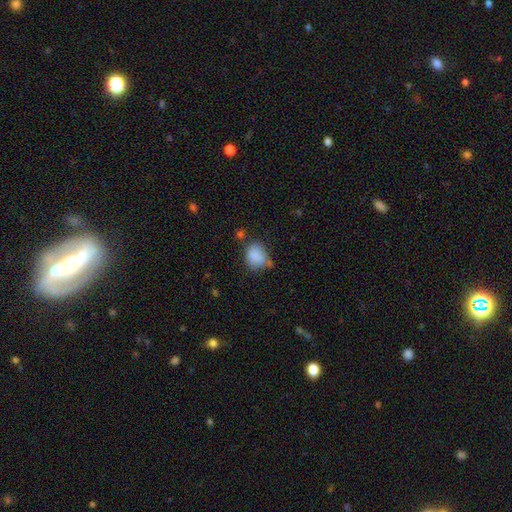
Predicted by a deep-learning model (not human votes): A smooth galaxy with no disk features (84%) that is round (52%). Merging: none (51%).